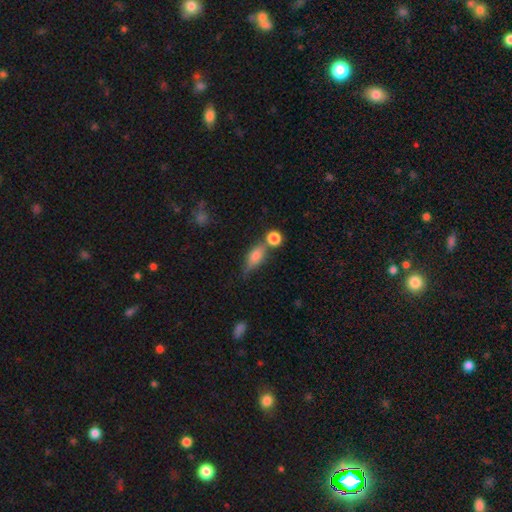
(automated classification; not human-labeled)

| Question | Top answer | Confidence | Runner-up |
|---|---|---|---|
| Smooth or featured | smooth | 64% | featured or disk (25%) |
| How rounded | in between | 64% | cigar-shaped (24%) |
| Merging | none | 48% | minor disturbance (22%) |